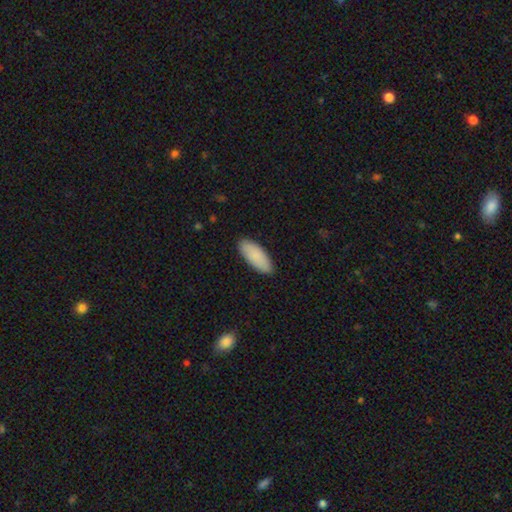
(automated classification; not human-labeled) This is clearly a smooth galaxy (88%). How rounded: likely in between (79%). Merging: clearly none (88%).